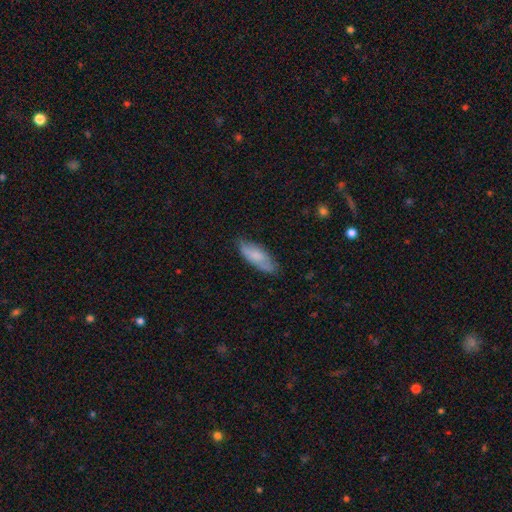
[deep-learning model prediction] Overall: smooth (74%). How rounded: in between (67%; cigar-shaped 31%). Merging: none (74%).